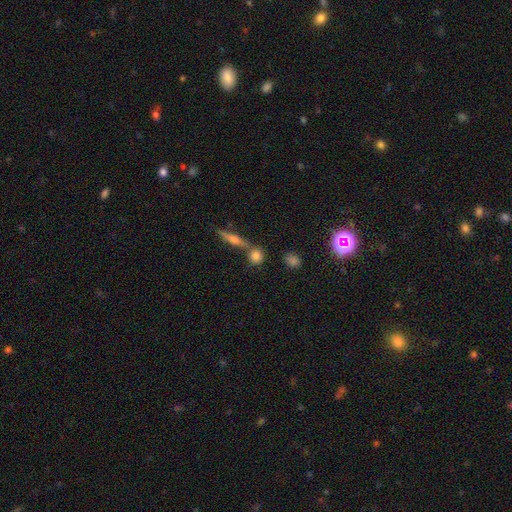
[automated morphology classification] A smooth galaxy with no disk features (77%) that is round (72%). Merging: none (65%).